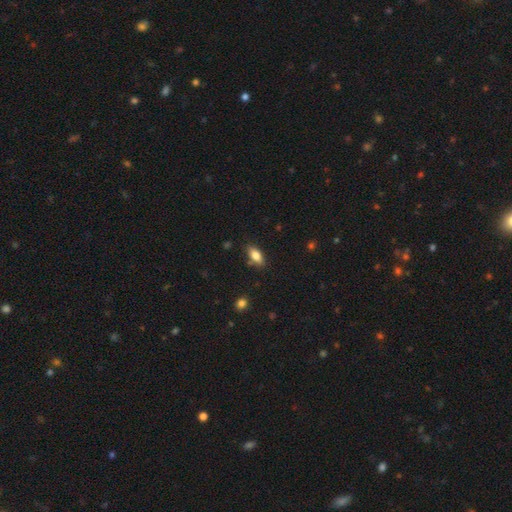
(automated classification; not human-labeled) Morphology: type=smooth (79%); roundness=in between (84%); merging=none (82%).